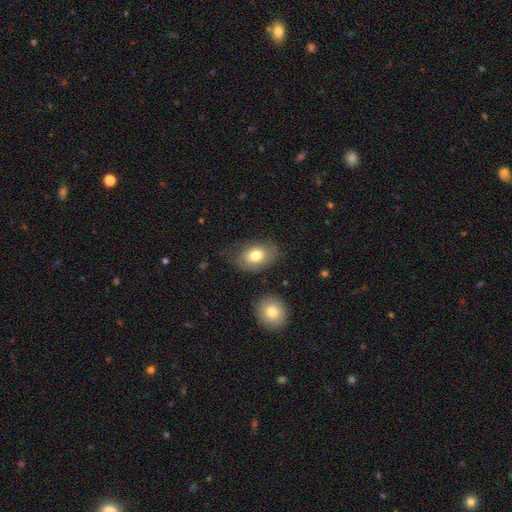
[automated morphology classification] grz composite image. It shows a smooth galaxy with no disk features (75%) that is in between round and cigar-shaped (81%). Merging: none (67%).